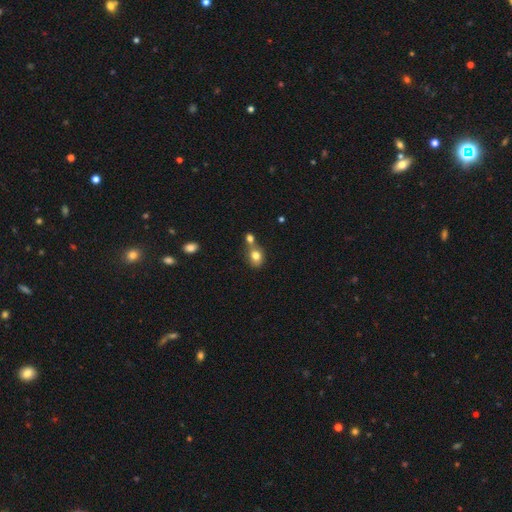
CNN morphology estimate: smooth-or-featured: smooth: 79% | star or artifact: 11% | featured or disk: 10%
  how-rounded: round: 58% | in between: 41% | cigar-shaped: 1%
  merging: none: 45% | merger: 39% | minor disturbance: 12% | major disturbance: 4%